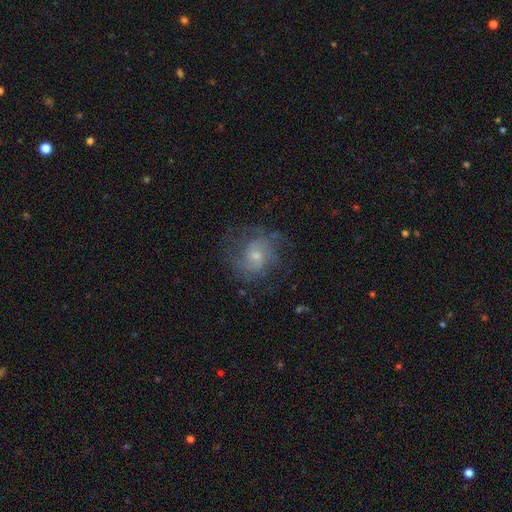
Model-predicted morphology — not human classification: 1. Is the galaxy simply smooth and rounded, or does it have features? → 67% featured or disk, 23% smooth, 10% star or artifact.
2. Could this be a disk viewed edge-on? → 97% no, 3% yes.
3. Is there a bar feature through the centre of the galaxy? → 62% no, 33% weak, 5% strong.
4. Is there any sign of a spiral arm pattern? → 85% yes, 15% no.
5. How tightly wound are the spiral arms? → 46% medium, 32% tight, 22% loose.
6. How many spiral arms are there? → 48% 2, 31% can't tell, 10% 3, 5% 1, 4% 4, 3% more than 4.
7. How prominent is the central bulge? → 56% small, 37% moderate, 4% none, 3% large, 1% dominant.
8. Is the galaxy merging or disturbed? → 66% none, 18% minor disturbance, 15% major disturbance, 1% merger.